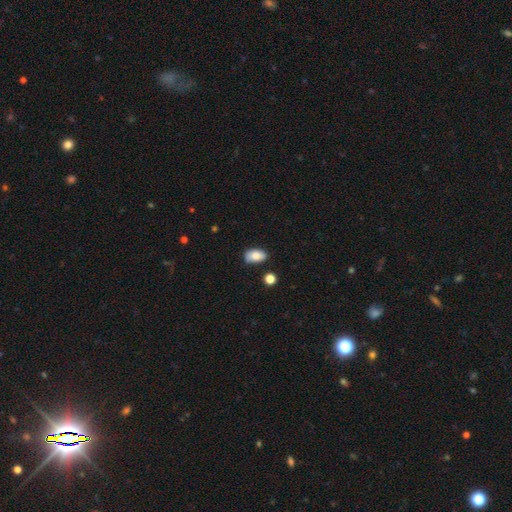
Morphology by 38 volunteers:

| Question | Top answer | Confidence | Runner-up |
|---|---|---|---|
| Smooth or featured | smooth | 84% | featured or disk (8%) |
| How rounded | in between | 91% | round (9%) |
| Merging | none | 63% | minor disturbance (34%) |